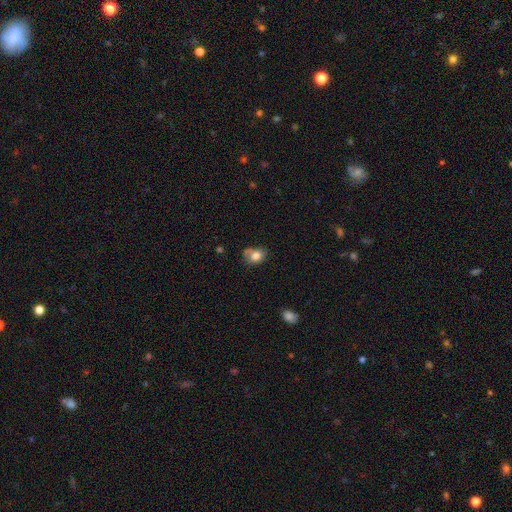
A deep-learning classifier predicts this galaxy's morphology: smooth-or-featured: smooth: 77% | featured or disk: 13% | star or artifact: 10%
  how-rounded: in between: 54% | round: 45% | cigar-shaped: 1%
  merging: none: 44% | minor disturbance: 33% | major disturbance: 13% | merger: 10%